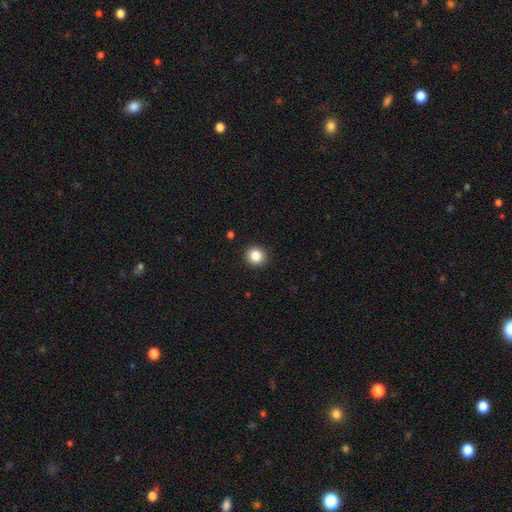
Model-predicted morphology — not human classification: Smooth or featured: smooth — 85% (star or artifact — 10%)
How rounded: round — 90% (in between — 9%)
Merging: none — 92% (minor disturbance — 5%)